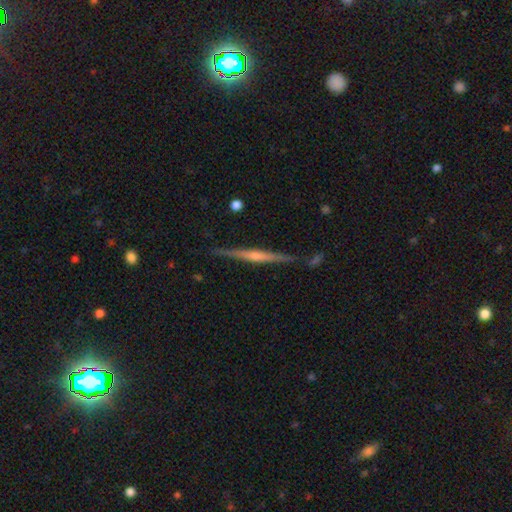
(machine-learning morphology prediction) This appears to be a featured or disk galaxy (80%) viewed edge-on (98%) with a rounded central bulge (72%). Merging: none (89%).